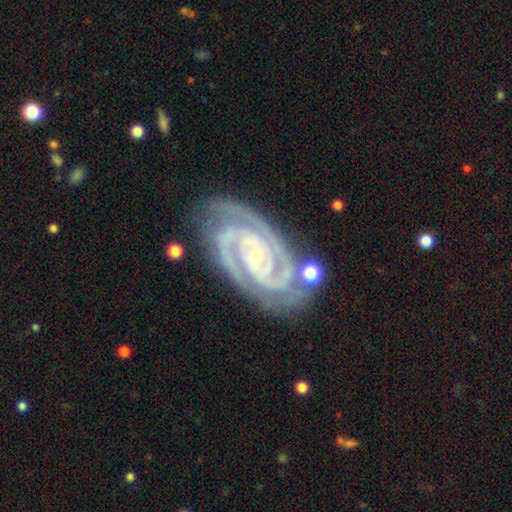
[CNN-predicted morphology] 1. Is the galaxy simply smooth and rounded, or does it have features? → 93% featured or disk, 4% star or artifact, 2% smooth.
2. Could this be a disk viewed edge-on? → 97% no, 3% yes.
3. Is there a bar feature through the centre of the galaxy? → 55% no, 26% weak, 19% strong.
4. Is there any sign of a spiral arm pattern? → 99% yes, 1% no.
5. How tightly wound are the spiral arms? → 78% tight, 20% medium, 2% loose.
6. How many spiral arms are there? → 73% 2, 16% 3, 3% can't tell, 3% 4, 2% more than 4, 2% 1.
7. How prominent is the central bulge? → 81% small, 15% moderate, 2% none, 1% large, 1% dominant.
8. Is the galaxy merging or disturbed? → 75% none, 16% minor disturbance, 5% major disturbance, 4% merger.